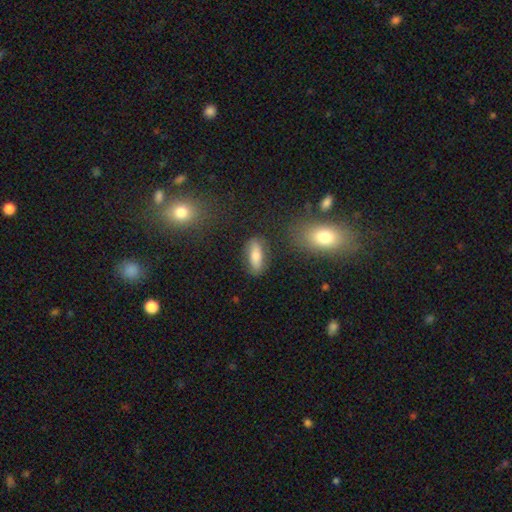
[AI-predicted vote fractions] Smooth or featured: smooth — 72% (featured or disk — 19%)
How rounded: in between — 66% (cigar-shaped — 31%)
Merging: none — 81% (minor disturbance — 13%)